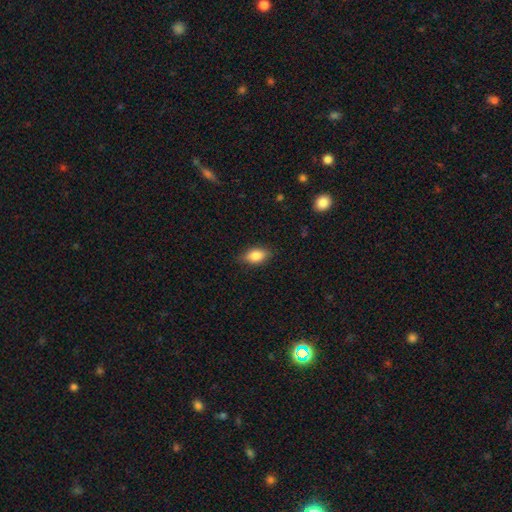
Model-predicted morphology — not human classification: Overall: smooth (82%). How rounded: in between (86%). Merging: none (83%).